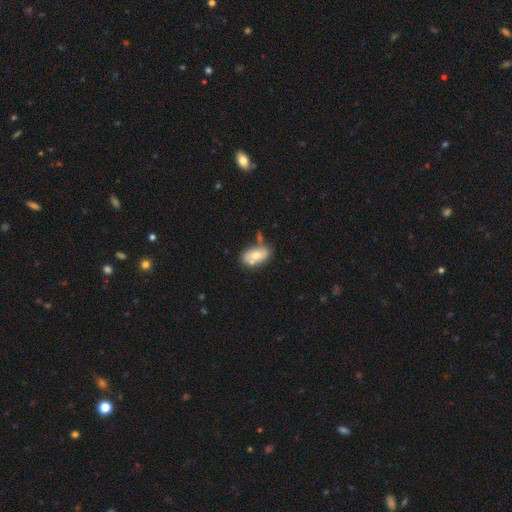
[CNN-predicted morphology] smooth-or-featured: smooth: 62% | featured or disk: 31% | star or artifact: 7%
  how-rounded: in between: 92% | round: 5% | cigar-shaped: 3%
  merging: none: 52% | minor disturbance: 23% | merger: 19% | major disturbance: 6%